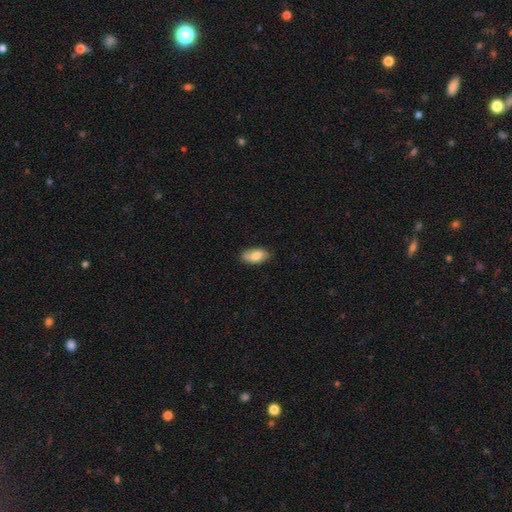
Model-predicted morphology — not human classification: Smooth or featured? smooth (76%)
How rounded? in between (93%)
Merging? none (79%)